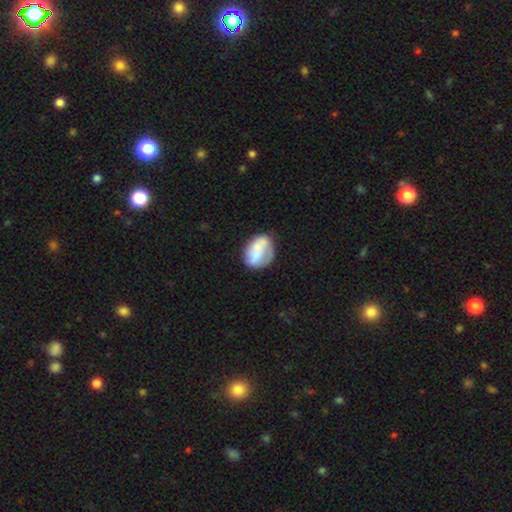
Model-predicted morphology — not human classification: smooth-or-featured: smooth: 57% | featured or disk: 35% | star or artifact: 7%
  how-rounded: in between: 71% | round: 27% | cigar-shaped: 2%
  merging: none: 45% | minor disturbance: 27% | major disturbance: 16% | merger: 12%